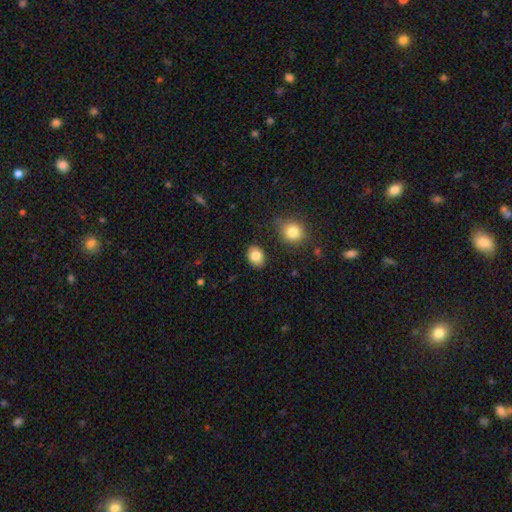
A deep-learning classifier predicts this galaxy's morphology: The model was most divided on "how rounded": in between: 66%, round: 33%, cigar-shaped: 1%. More confident: merging — none (86%); smooth or featured — smooth (84%).